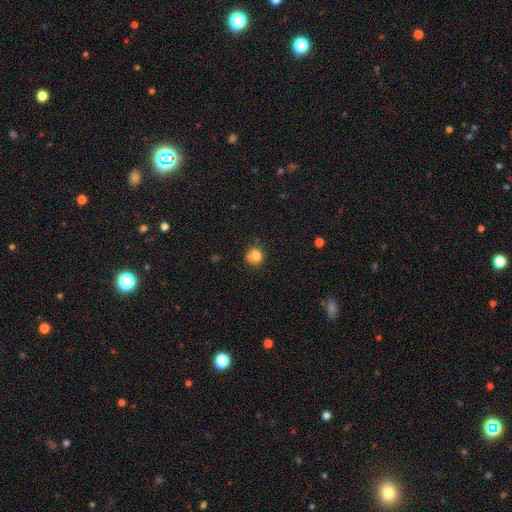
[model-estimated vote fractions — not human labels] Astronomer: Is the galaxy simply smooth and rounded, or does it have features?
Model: smooth — 78%.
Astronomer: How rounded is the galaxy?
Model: round — 84%.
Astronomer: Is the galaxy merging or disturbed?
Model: none — 62%.